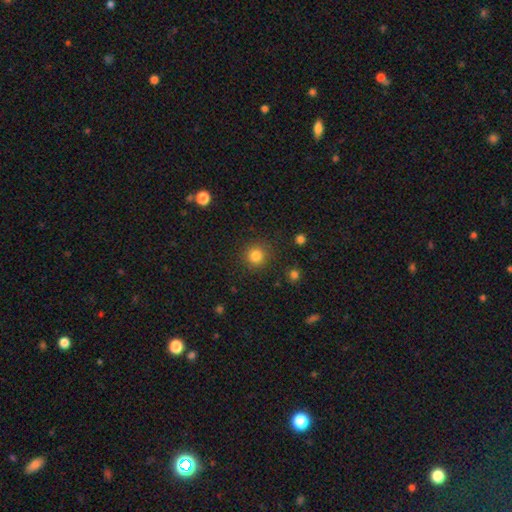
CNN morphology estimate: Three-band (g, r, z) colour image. It shows a smooth galaxy with no disk features (83%) that is round (94%). Merging: none (89%).